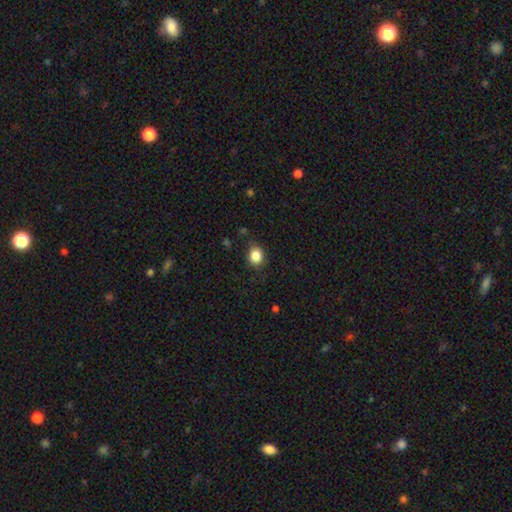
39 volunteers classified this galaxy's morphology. Smooth or featured?
  - smooth: 87% *
  - star or artifact: 8%
  - featured or disk: 5%
How rounded?
  - round: 50% * (tied)
  - in between: 50% * (tied)
  - cigar-shaped: 0%
Merging?
  - none: 92% *
  - major disturbance: 8%
  - minor disturbance: 0%
  - merger: 0%